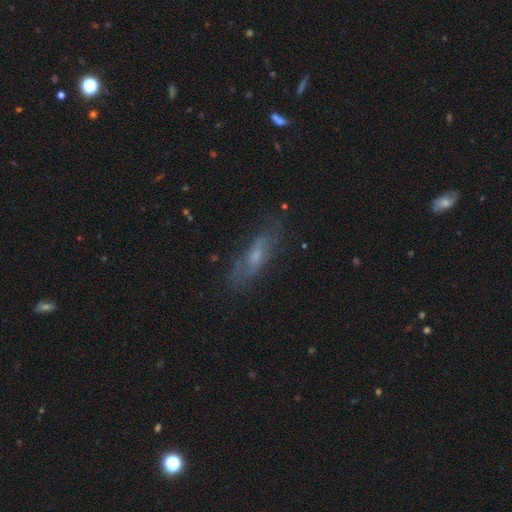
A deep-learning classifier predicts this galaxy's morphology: This appears to be a featured or disk galaxy (49%). Merging: none (69%).